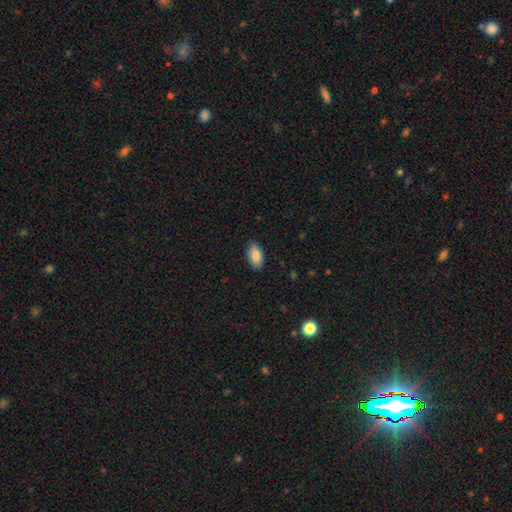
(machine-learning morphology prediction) Smooth or featured: smooth — 87% (star or artifact — 7%)
How rounded: in between — 92% (cigar-shaped — 5%)
Merging: none — 86% (minor disturbance — 10%)